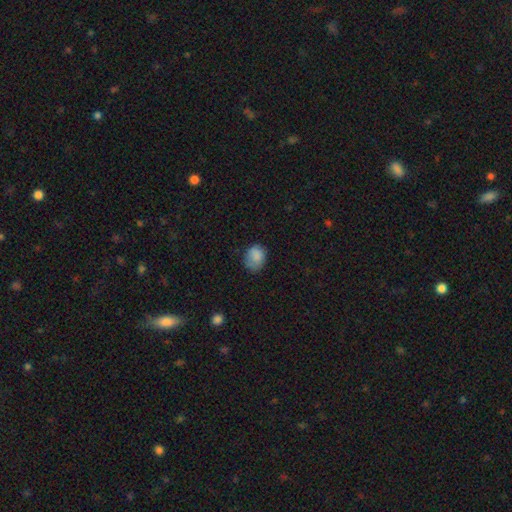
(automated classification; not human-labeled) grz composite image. It shows a smooth galaxy with no disk features (83%) that is in between round and cigar-shaped (53%). Merging: none (62%).